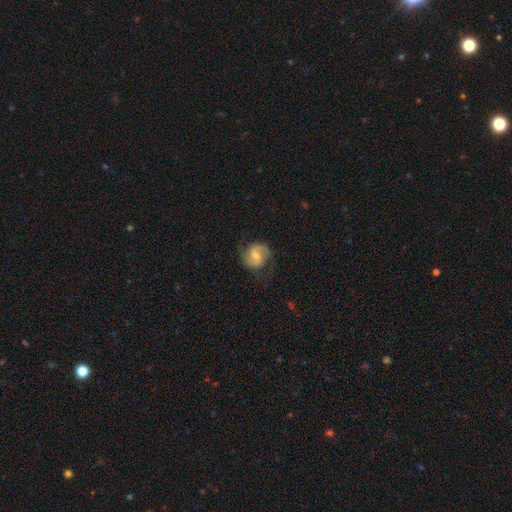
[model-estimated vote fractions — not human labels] A featured or disk galaxy (77%) with a weak bar (49%), 2 (89%) medium (52%) spiral arms (96%) and a moderate central bulge (50%).

Vote fractions:
- Smooth or featured? featured or disk: 77% / smooth: 17% / star or artifact: 6%
- Edge-on disk? no: 98% / yes: 2%
- Bar? weak: 49% / no: 39% / strong: 12%
- Spiral arms? yes: 96% / no: 4%
- Spiral winding? medium: 52% / tight: 25% / loose: 23%
- Spiral arm count? 2: 89% / can't tell: 5% / 1: 3% / 3: 2% / 4: 1% / more than 4: 1%
- Bulge size? moderate: 50% / small: 39% / none: 6% / large: 4% / dominant: 1%
- Merging? none: 74% / minor disturbance: 17% / major disturbance: 7% / merger: 1%